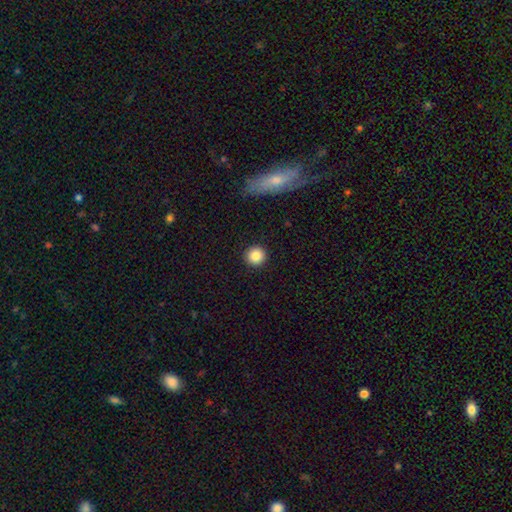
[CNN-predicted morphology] This is clearly a smooth galaxy (86%). How rounded: clearly round (95%). Merging: clearly none (92%).